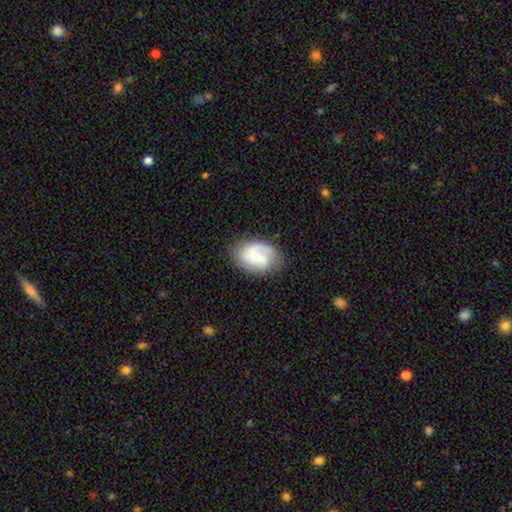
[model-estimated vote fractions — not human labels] Smooth or featured: featured or disk — 52% (smooth — 41%)
Edge-on disk: no — 97% (yes — 3%)
Bar: no — 46% (weak — 43%)
Spiral arms: yes — 81% (no — 19%)
Bulge size: small — 51% (moderate — 29%)
Merging: none — 65% (minor disturbance — 22%)